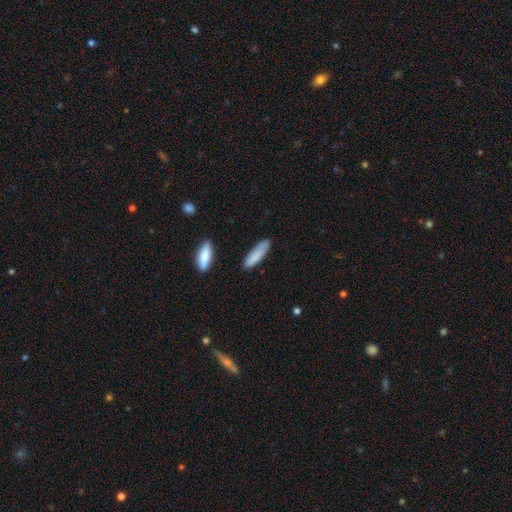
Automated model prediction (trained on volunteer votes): Smooth or featured?
  - smooth: 85% *
  - featured or disk: 9%
  - star or artifact: 6%
How rounded?
  - cigar-shaped: 69% *
  - in between: 30%
  - round: 1%
Merging?
  - none: 82% *
  - minor disturbance: 13%
  - merger: 2%
  - major disturbance: 2%